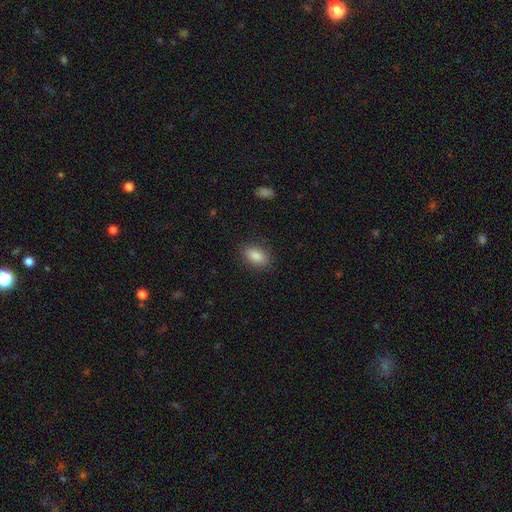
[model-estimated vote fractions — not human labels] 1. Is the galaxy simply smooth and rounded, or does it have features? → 87% smooth, 8% star or artifact, 5% featured or disk.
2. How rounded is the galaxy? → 89% in between, 8% round, 3% cigar-shaped.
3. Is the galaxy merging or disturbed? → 87% none, 9% minor disturbance, 3% major disturbance, 1% merger.